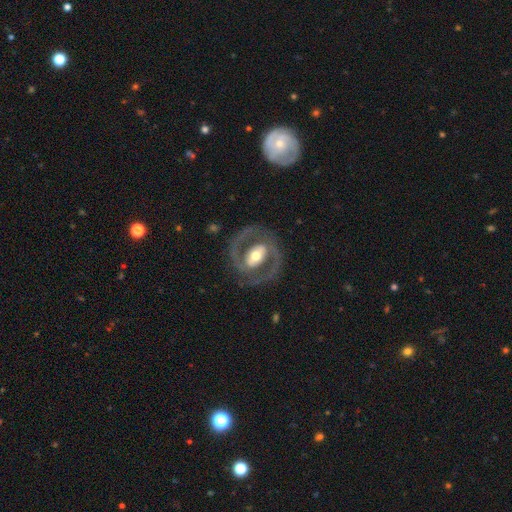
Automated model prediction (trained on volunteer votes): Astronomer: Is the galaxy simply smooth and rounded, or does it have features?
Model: featured or disk — 81%.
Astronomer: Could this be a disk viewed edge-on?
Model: no — 96%.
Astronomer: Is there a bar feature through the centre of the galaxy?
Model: strong — 41% (runner-up: weak, 33%).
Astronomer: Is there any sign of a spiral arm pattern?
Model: yes — 78%.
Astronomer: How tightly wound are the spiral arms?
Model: medium — 51% (runner-up: tight, 33%).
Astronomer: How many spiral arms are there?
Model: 2 — 88%.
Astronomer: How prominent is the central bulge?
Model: moderate — 65%.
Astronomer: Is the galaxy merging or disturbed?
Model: none — 80%.